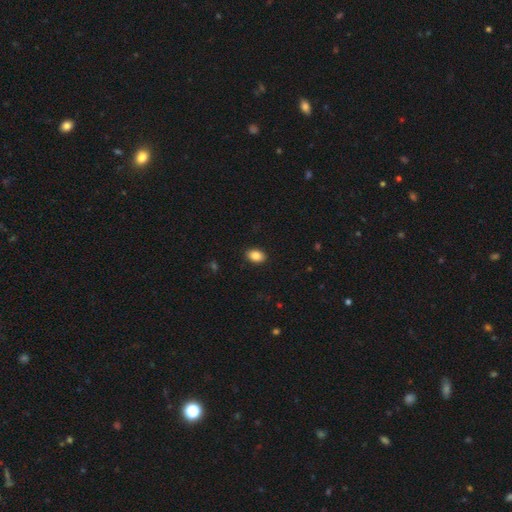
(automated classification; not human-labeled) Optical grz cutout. It shows a smooth galaxy with no disk features (87%) that is in between round and cigar-shaped (83%). Merging: none (90%).